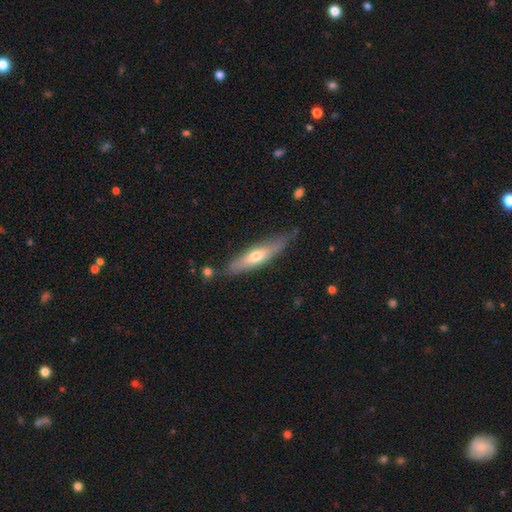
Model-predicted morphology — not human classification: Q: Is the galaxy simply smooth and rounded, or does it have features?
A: smooth — 49%.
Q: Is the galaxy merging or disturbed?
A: none — 74%.